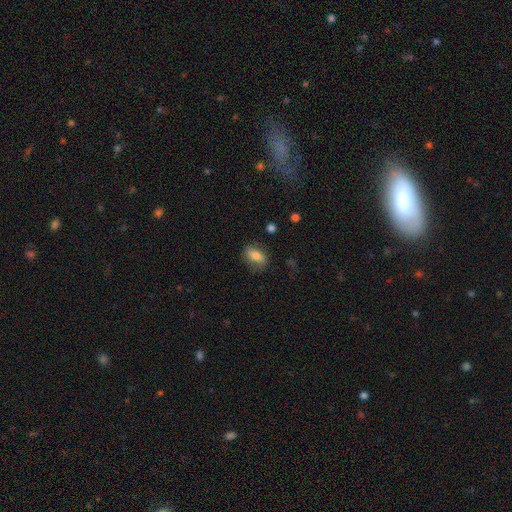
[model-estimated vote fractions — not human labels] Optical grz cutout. It shows a smooth galaxy with no disk features (71%) that is in between round and cigar-shaped (81%). Merging: none (76%).